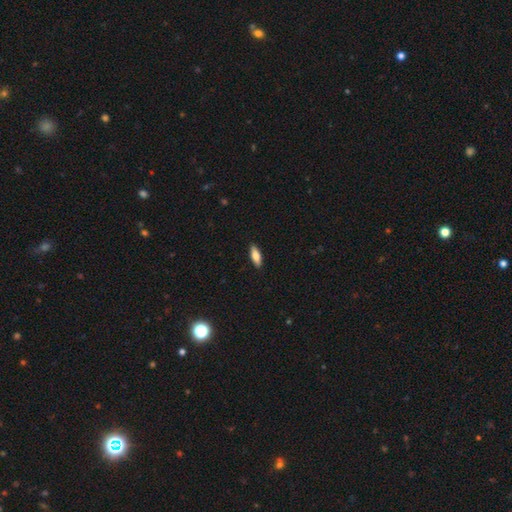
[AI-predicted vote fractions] smooth-or-featured: smooth: 73% | featured or disk: 21% | star or artifact: 6%
  how-rounded: in between: 61% | cigar-shaped: 37% | round: 2%
  merging: none: 90% | minor disturbance: 8% | major disturbance: 2% | merger: 1%